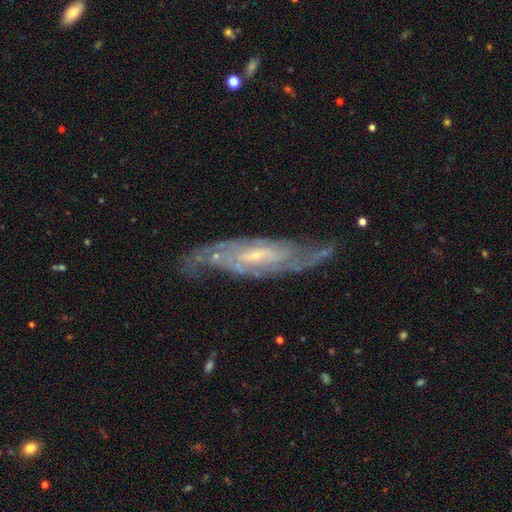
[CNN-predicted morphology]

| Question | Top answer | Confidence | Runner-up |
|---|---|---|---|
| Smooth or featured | featured or disk | 87% | smooth (7%) |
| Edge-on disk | no | 81% | yes (19%) |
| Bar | weak | 48% | no (33%) |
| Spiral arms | yes | 96% | no (4%) |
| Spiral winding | medium | 45% | tight (41%) |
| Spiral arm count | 2 | 61% | can't tell (20%) |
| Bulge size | small | 67% | moderate (25%) |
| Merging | none | 74% | minor disturbance (17%) |